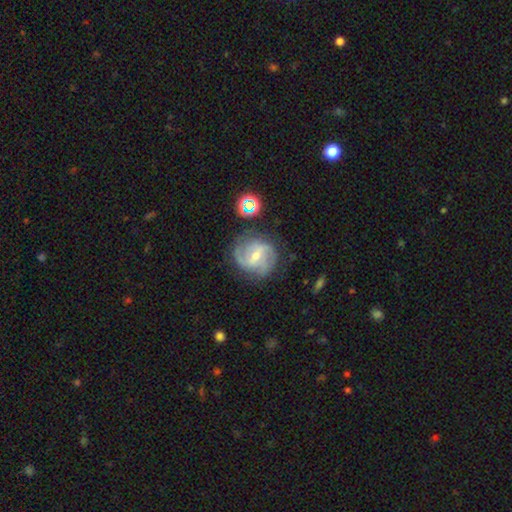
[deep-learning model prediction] smooth_or_featured: featured or disk (p=0.83) [alt: smooth p=0.10]
disk_edge_on: no (p=0.97) [alt: yes p=0.03]
bar: weak (p=0.55) [alt: strong p=0.28]
has_spiral_arms: yes (p=0.95) [alt: no p=0.05]
spiral_winding: medium (p=0.47) [alt: tight p=0.37]
spiral_arm_count: 2 (p=0.46) [alt: 3 p=0.24]
bulge_size: small (p=0.50) [alt: moderate p=0.45]
merging: none (p=0.70) [alt: minor disturbance p=0.18]